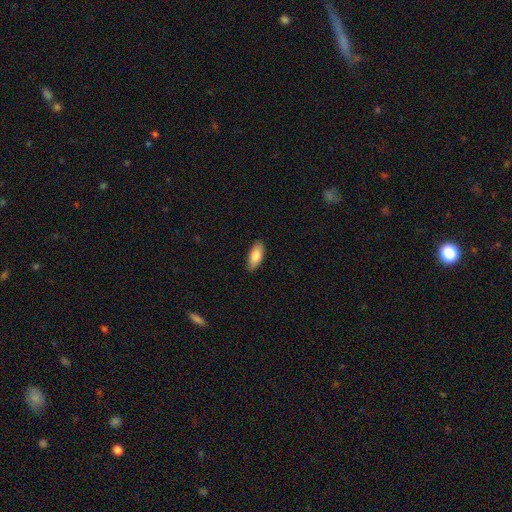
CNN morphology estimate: The model was most divided on "how rounded": in between: 85%, cigar-shaped: 14%, round: 2%. More confident: merging — none (86%); smooth or featured — smooth (85%).